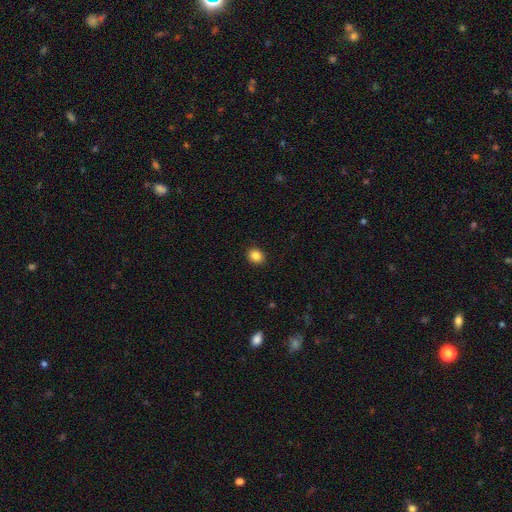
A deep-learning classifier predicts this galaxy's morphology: smooth 85%, star or artifact 10%, featured or disk 5%. Down the decision tree: how rounded — round (74%); merging — none (91%).